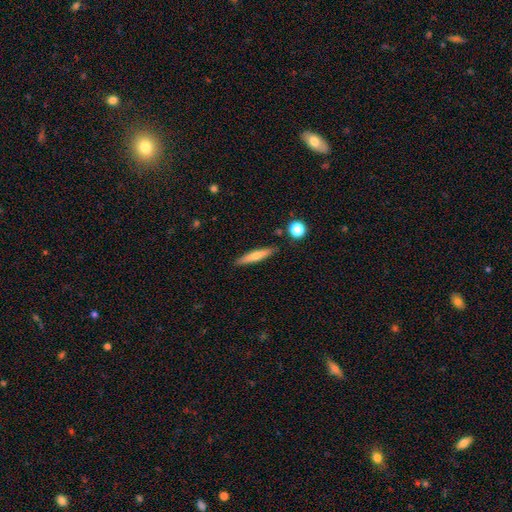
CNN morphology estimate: Smooth or featured? Predicted: smooth (p=0.64). How rounded? Predicted: cigar-shaped (p=0.91). Merging? Predicted: none (p=0.87).